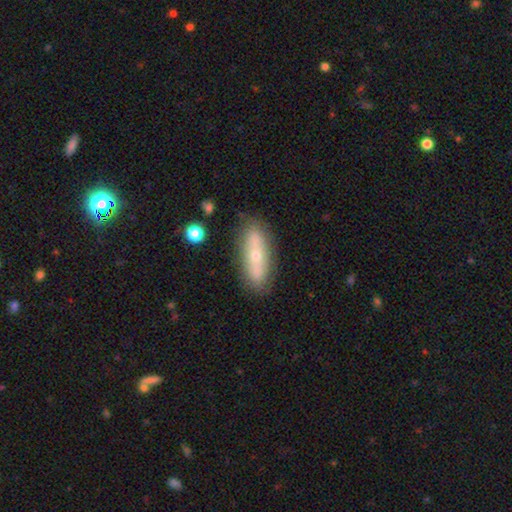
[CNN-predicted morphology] This appears to be a smooth galaxy with no disk features (48%). Merging: none (80%).